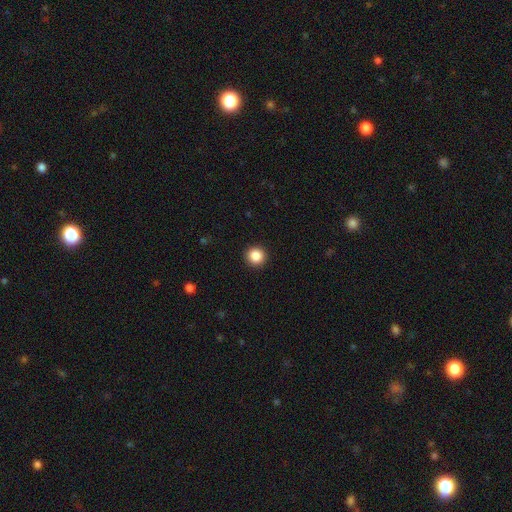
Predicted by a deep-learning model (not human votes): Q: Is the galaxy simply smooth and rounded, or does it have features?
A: smooth — 87%.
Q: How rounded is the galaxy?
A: round — 94%.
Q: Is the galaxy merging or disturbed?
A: none — 93%.